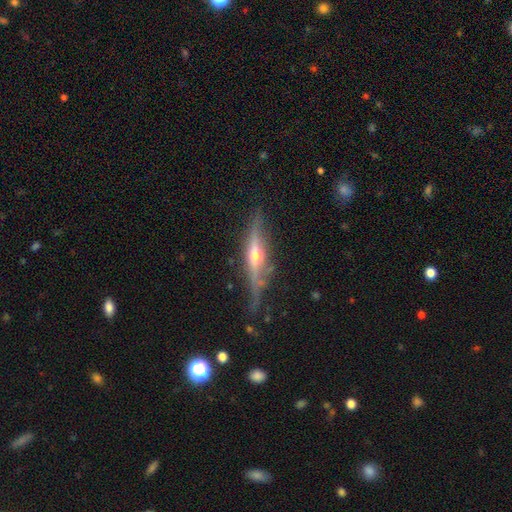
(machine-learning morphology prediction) Smooth or featured: featured or disk — 76% (smooth — 17%)
Edge-on disk: yes — 93% (no — 7%)
Edge-on bulge: rounded — 92% (none — 4%)
Merging: none — 72% (minor disturbance — 19%)